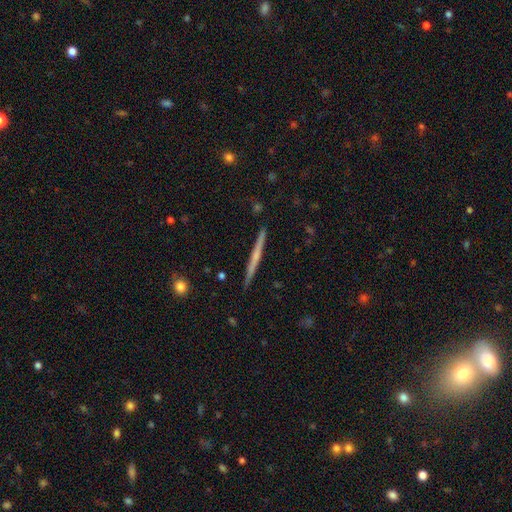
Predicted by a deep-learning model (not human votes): Q: Smooth or featured?
A: featured or disk (61%); runner-up: smooth (33%)
Q: Edge-on disk?
A: yes (98%); runner-up: no (2%)
Q: Edge-on bulge?
A: none (60%); runner-up: rounded (33%)
Q: Merging?
A: none (91%); runner-up: minor disturbance (6%)